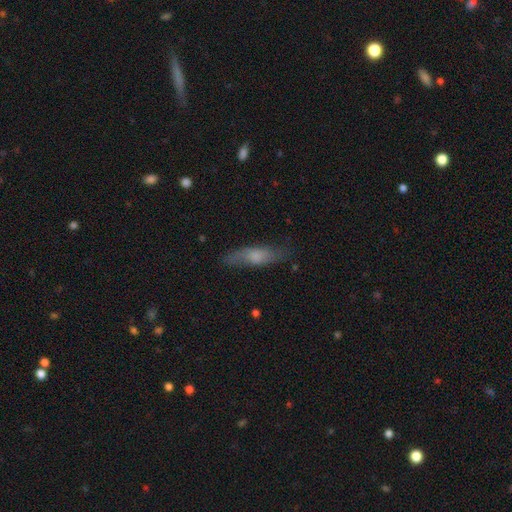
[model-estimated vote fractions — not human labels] Smooth or featured?
  - smooth: 55% *
  - featured or disk: 38%
  - star or artifact: 7%
How rounded?
  - cigar-shaped: 61% *
  - in between: 36%
  - round: 3%
Merging?
  - none: 75% *
  - minor disturbance: 19%
  - major disturbance: 5%
  - merger: 2%